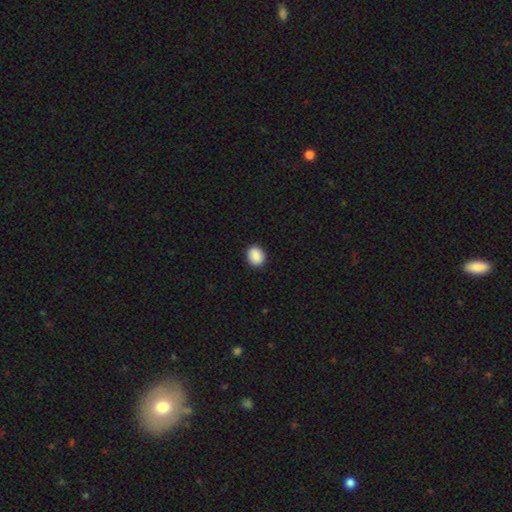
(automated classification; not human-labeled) The model was most divided on "how rounded": round: 64%, in between: 35%, cigar-shaped: 1%. More confident: merging — none (90%); smooth or featured — smooth (89%).